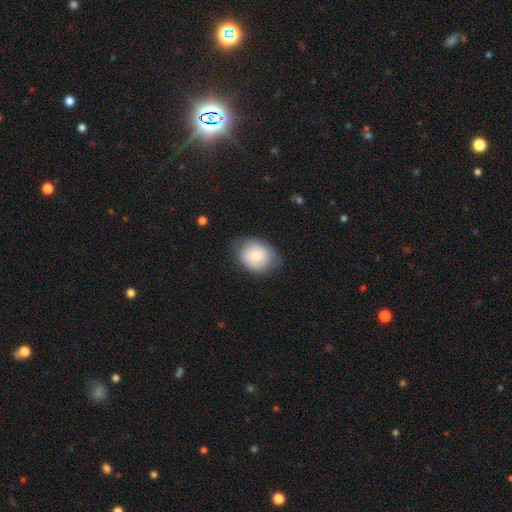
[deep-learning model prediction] The model was most divided on "how rounded": in between: 52%, round: 47%, cigar-shaped: 1%. More confident: smooth or featured — smooth (78%); merging — none (72%).